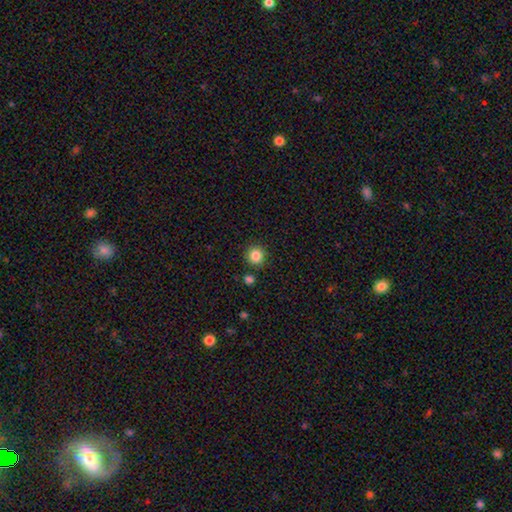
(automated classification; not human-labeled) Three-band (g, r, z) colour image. It shows a smooth galaxy with no disk features (85%) that is round (93%). Merging: none (87%).